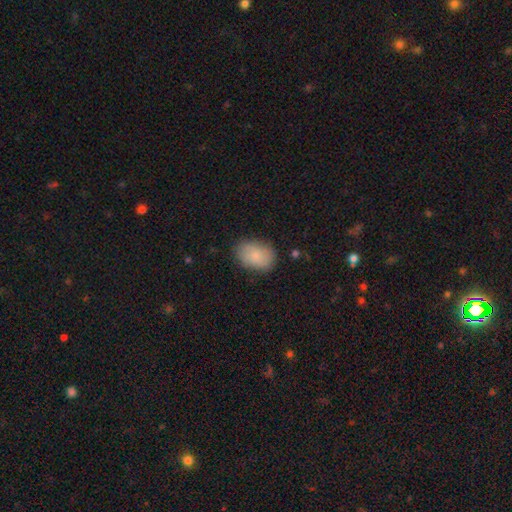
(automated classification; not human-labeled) A smooth galaxy with no disk features (84%) that is in between round and cigar-shaped (80%). Merging: none (80%).